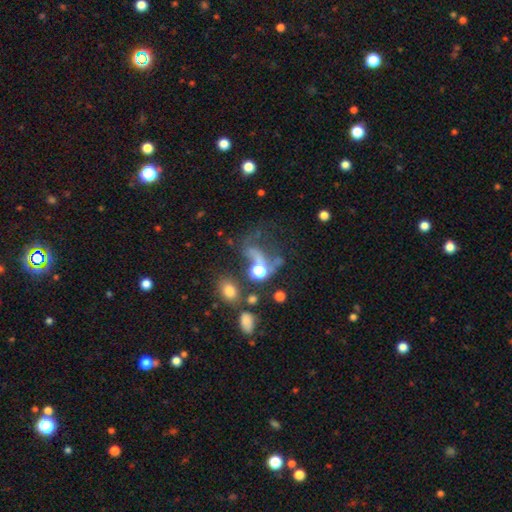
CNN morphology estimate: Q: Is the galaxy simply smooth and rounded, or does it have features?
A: smooth — 41%.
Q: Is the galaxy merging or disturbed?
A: major disturbance — 38%.